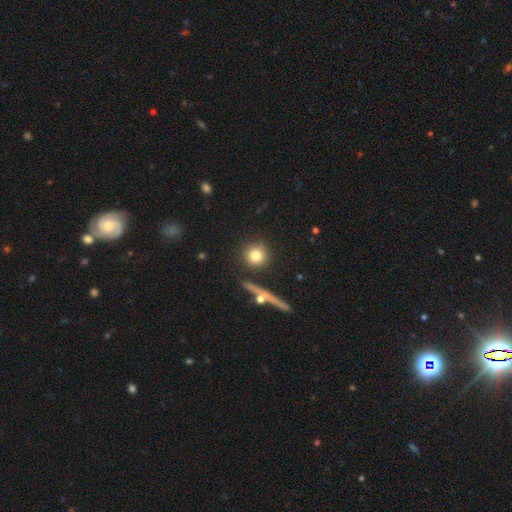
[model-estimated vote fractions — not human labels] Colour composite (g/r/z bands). It shows a smooth galaxy with no disk features (76%) that is round (92%). Merging: none (83%).